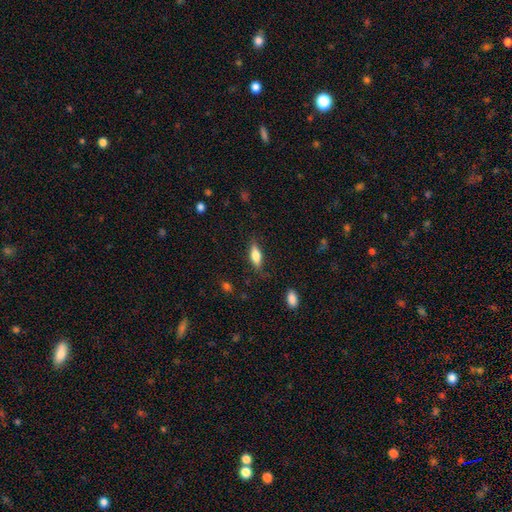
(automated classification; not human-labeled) Morphology: type=smooth (69%); roundness=in between (61%); merging=none (78%).